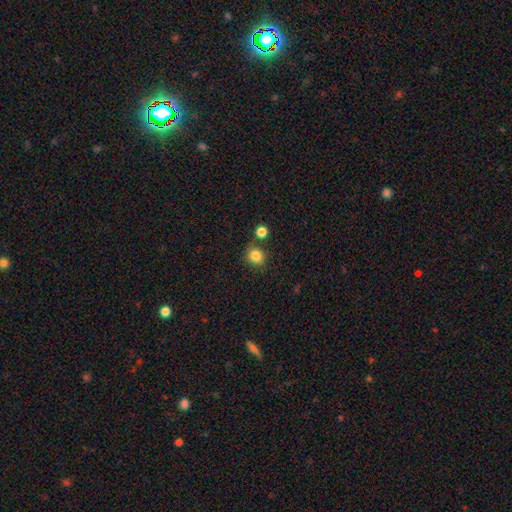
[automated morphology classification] Smooth or featured? smooth (84%)
How rounded? round (82%)
Merging? none (80%)